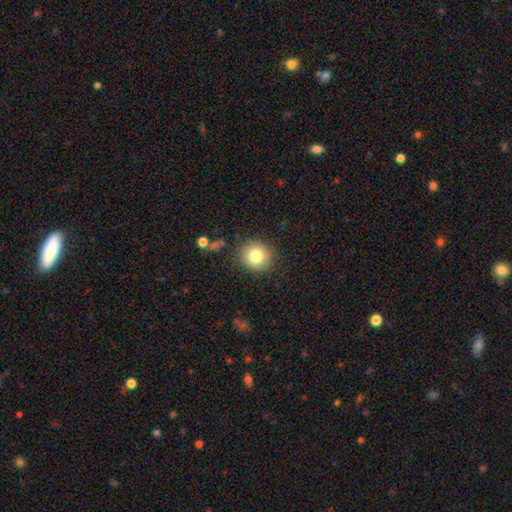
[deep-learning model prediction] Smooth or featured? Predicted: smooth (p=0.81). How rounded? Predicted: round (p=0.89). Merging? Predicted: none (p=0.86).